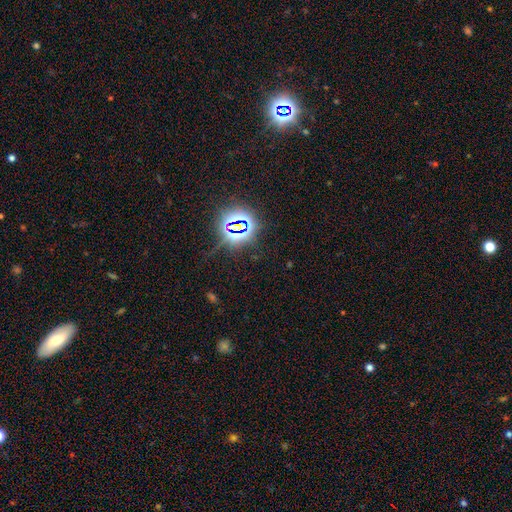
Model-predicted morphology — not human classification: smooth-or-featured: star or artifact: 78% | smooth: 14% | featured or disk: 8%